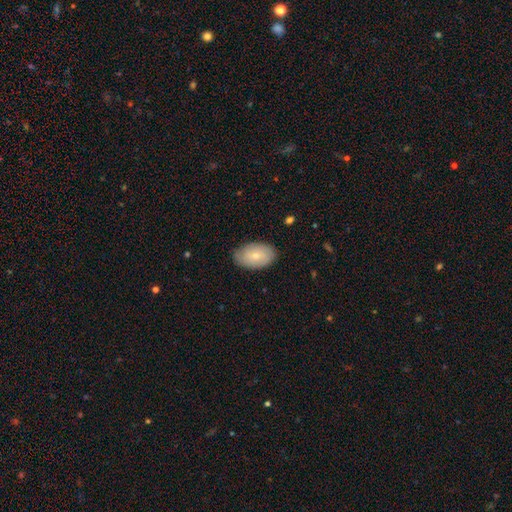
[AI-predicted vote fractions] Overall: smooth (72%). How rounded: in between (93%). Merging: none (83%).